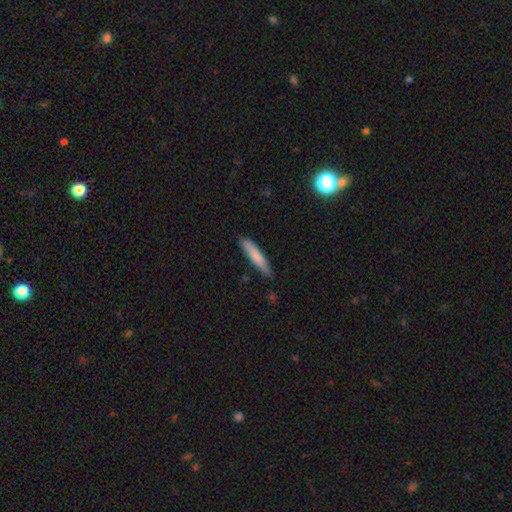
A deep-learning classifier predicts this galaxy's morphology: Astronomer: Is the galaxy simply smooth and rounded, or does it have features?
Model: smooth — 77%.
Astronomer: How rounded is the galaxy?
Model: cigar-shaped — 88%.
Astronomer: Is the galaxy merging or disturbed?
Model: none — 82%.